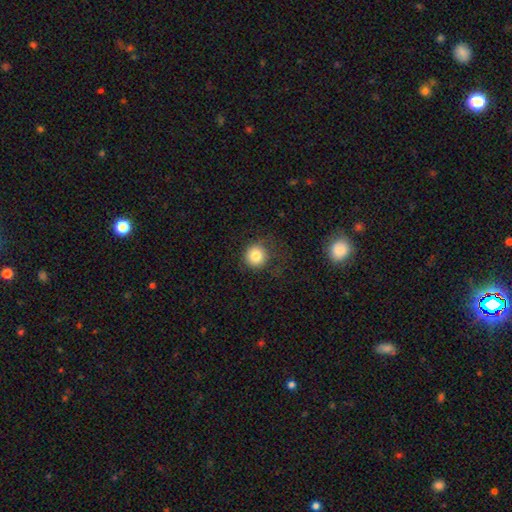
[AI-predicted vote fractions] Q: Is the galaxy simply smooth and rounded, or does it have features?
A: smooth — 82%.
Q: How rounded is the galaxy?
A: round — 93%.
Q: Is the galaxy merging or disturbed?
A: none — 75%.